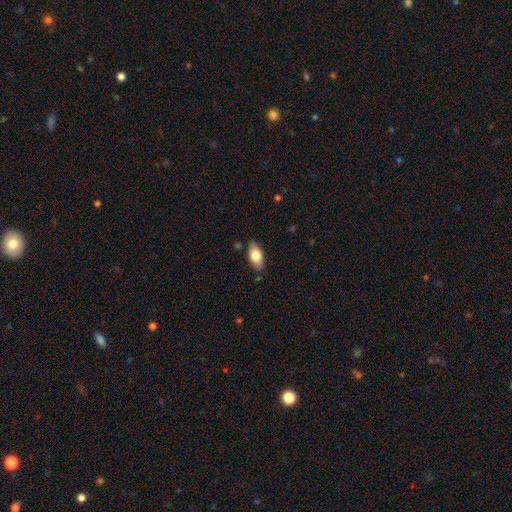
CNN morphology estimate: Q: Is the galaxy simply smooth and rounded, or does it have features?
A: smooth — 71%.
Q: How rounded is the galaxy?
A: in between — 89%.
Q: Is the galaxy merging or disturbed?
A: none — 83%.